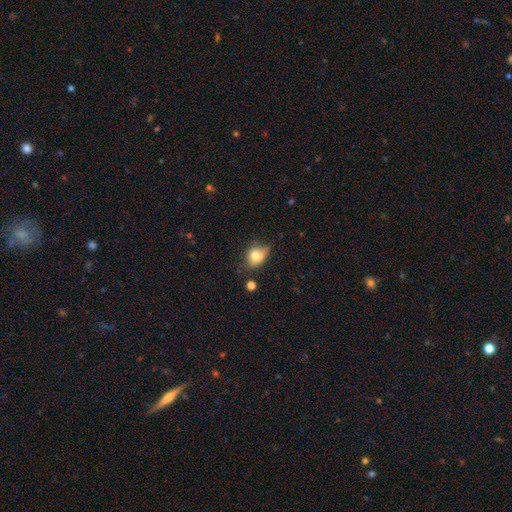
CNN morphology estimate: Smooth or featured?
  - smooth: 72% *
  - featured or disk: 18%
  - star or artifact: 10%
How rounded?
  - in between: 58% *
  - round: 40%
  - cigar-shaped: 2%
Merging?
  - none: 46% *
  - minor disturbance: 38%
  - major disturbance: 12%
  - merger: 5%